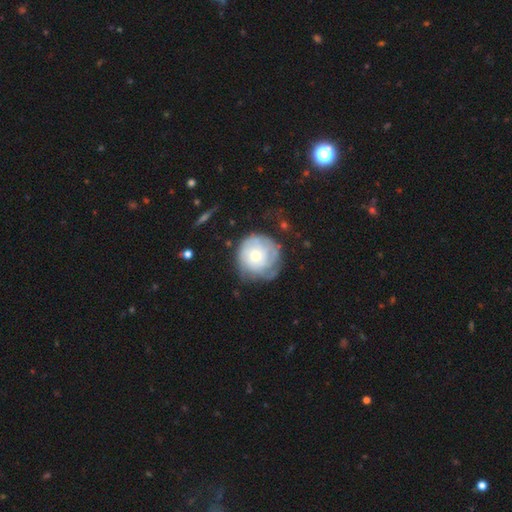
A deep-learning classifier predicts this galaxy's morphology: smooth-or-featured: featured or disk: 55% | smooth: 38% | star or artifact: 6%
  disk-edge-on: no: 97% | yes: 3%
    bar: no: 85% | weak: 12% | strong: 2%
    has-spiral-arms: yes: 69% | no: 31%
    bulge-size: moderate: 54% | small: 38% | large: 6% | none: 1% | dominant: 1%
  merging: none: 59% | minor disturbance: 25% | major disturbance: 14% | merger: 2%